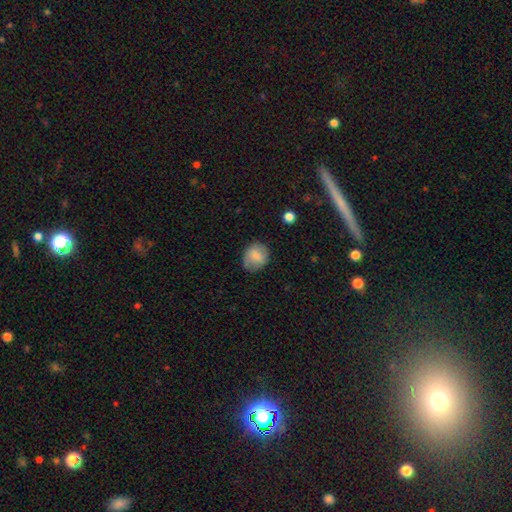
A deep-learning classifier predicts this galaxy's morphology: A smooth galaxy with no disk features (75%) that is round (68%).

Vote fractions:
- Smooth or featured? smooth: 75% / featured or disk: 17% / star or artifact: 8%
- How rounded? round: 68% / in between: 31% / cigar-shaped: 1%
- Merging? none: 67% / minor disturbance: 26% / major disturbance: 7% / merger: 1%